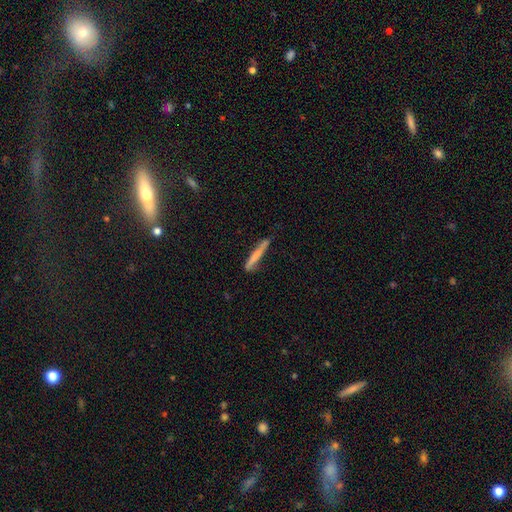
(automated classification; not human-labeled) Q: Smooth or featured?
A: smooth (69%); runner-up: featured or disk (25%)
Q: How rounded?
A: cigar-shaped (95%); runner-up: in between (3%)
Q: Merging?
A: none (70%); runner-up: minor disturbance (22%)